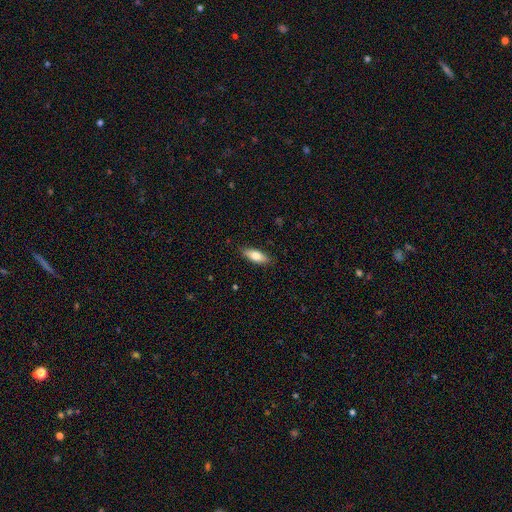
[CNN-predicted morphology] Smooth or featured?
  - smooth: 77% *
  - featured or disk: 17%
  - star or artifact: 6%
How rounded?
  - in between: 71% *
  - cigar-shaped: 27%
  - round: 2%
Merging?
  - none: 87% *
  - minor disturbance: 10%
  - major disturbance: 2%
  - merger: 1%